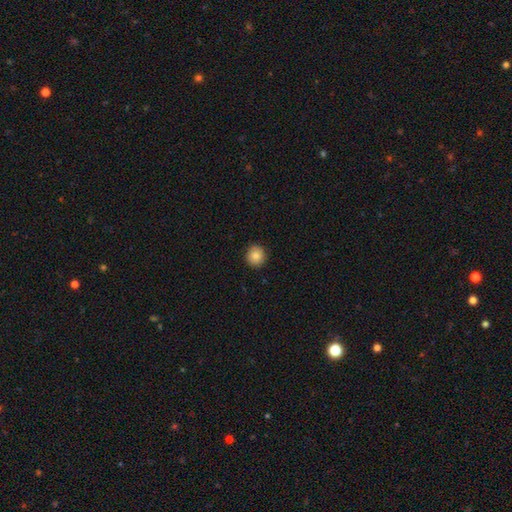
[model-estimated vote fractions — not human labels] Overall: smooth (85%). How rounded: round (88%). Merging: none (90%).